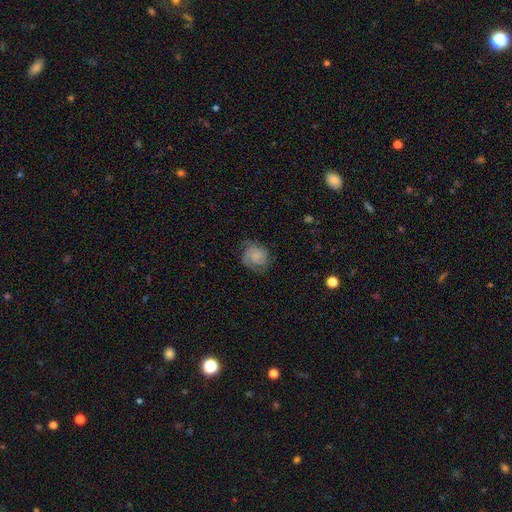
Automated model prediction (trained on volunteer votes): This is possibly a featured or disk galaxy (55%). It is clearly not viewed edge-on (98%). Bar: likely no (70%). Spiral arm pattern: clearly yes (92%). Central bulge: possibly small (45%). Merging: likely none (71%).